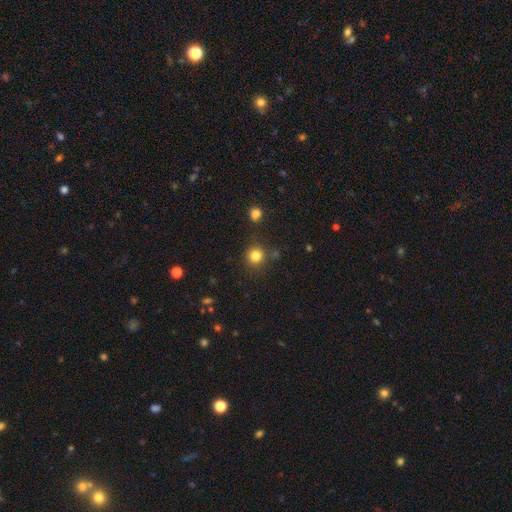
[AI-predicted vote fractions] Q: Smooth or featured?
A: smooth (82%); runner-up: star or artifact (13%)
Q: How rounded?
A: round (91%); runner-up: in between (8%)
Q: Merging?
A: none (83%); runner-up: minor disturbance (9%)